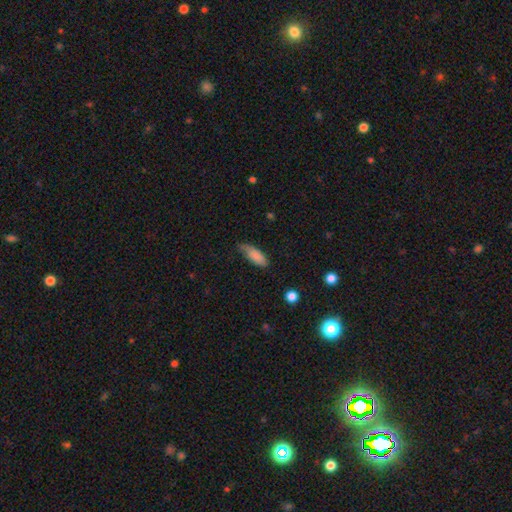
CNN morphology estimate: This is clearly a smooth galaxy (83%). How rounded: likely in between (68%). Merging: possibly none (58%).